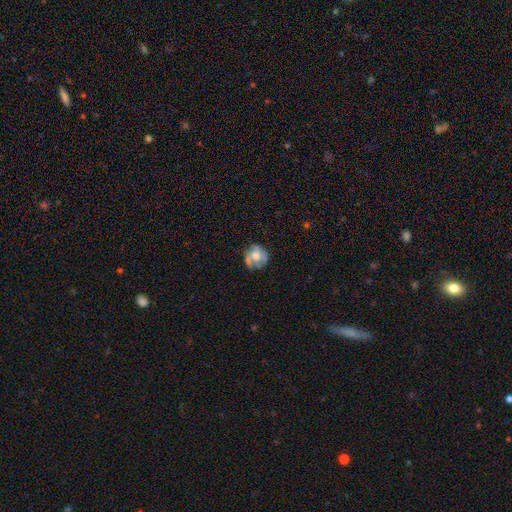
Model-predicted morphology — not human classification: Overall: featured or disk (50%; smooth 41%). Merging: none (61%; minor disturbance 23%).